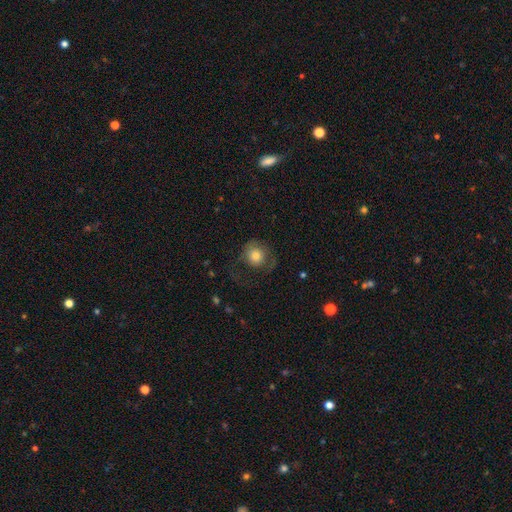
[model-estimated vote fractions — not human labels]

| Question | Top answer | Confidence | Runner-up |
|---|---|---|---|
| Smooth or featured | smooth | 68% | featured or disk (24%) |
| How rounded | round | 85% | in between (14%) |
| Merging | none | 47% | major disturbance (32%) |